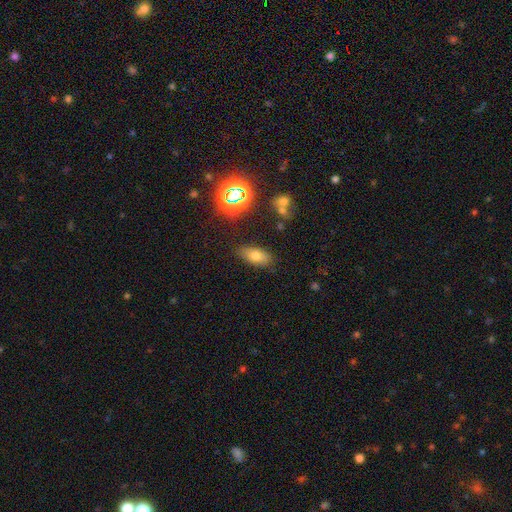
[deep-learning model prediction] Q: Smooth or featured?
A: smooth (71%); runner-up: star or artifact (16%)
Q: How rounded?
A: in between (85%); runner-up: cigar-shaped (9%)
Q: Merging?
A: none (80%); runner-up: minor disturbance (13%)